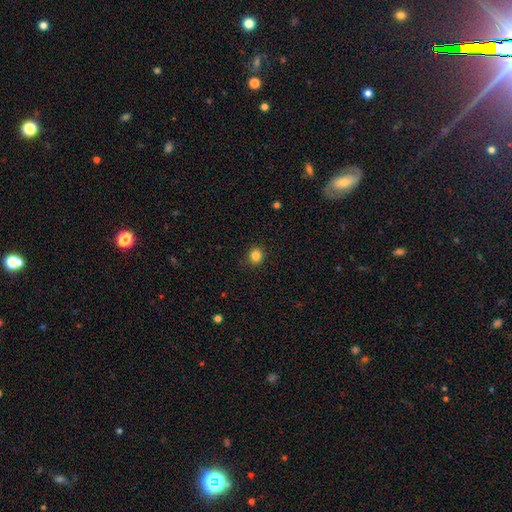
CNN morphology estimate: Smooth or featured?
  - smooth: 84% *
  - star or artifact: 12%
  - featured or disk: 4%
How rounded?
  - round: 91% *
  - in between: 8%
  - cigar-shaped: 1%
Merging?
  - none: 91% *
  - minor disturbance: 6%
  - major disturbance: 2%
  - merger: 1%